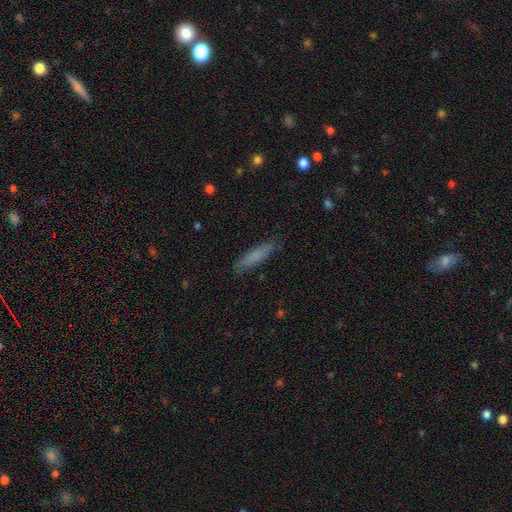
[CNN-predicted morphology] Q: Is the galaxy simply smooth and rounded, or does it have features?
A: smooth — 75%.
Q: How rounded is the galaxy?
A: cigar-shaped — 85%.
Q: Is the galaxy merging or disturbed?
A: none — 86%.